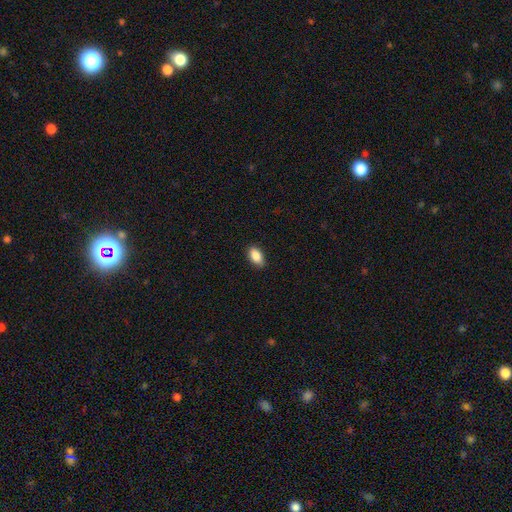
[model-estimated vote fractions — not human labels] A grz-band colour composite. It shows a smooth galaxy with no disk features (88%) that is in between round and cigar-shaped (92%). Merging: none (87%).